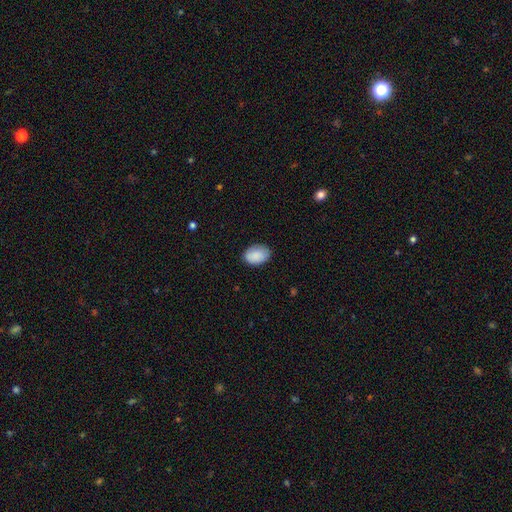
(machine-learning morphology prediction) A smooth galaxy with no disk features (89%) that is in between round and cigar-shaped (85%). Merging: none (81%).